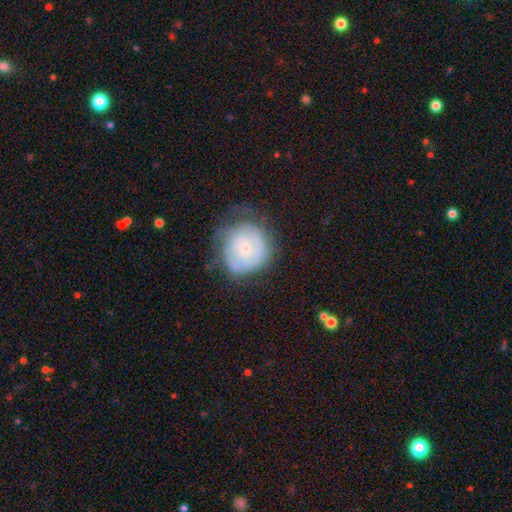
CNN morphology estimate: This is possibly a featured or disk galaxy (57%). It is clearly not viewed edge-on (97%). Bar: clearly no (81%). Spiral arm pattern: likely yes (71%). Central bulge: likely small (75%). Merging: possibly none (57%).